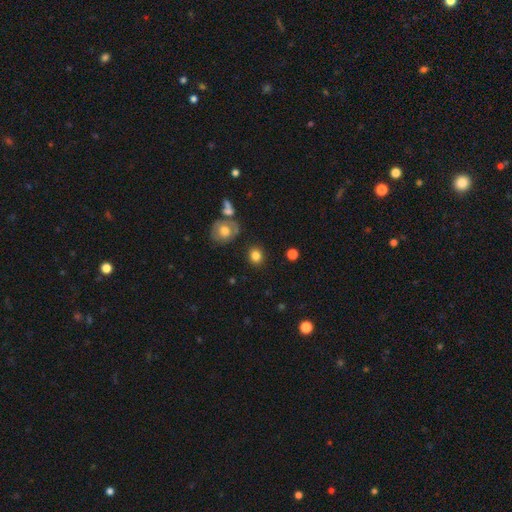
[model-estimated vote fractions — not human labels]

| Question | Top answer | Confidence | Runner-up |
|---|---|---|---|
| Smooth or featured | smooth | 82% | star or artifact (11%) |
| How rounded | round | 79% | in between (20%) |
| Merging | none | 85% | minor disturbance (9%) |